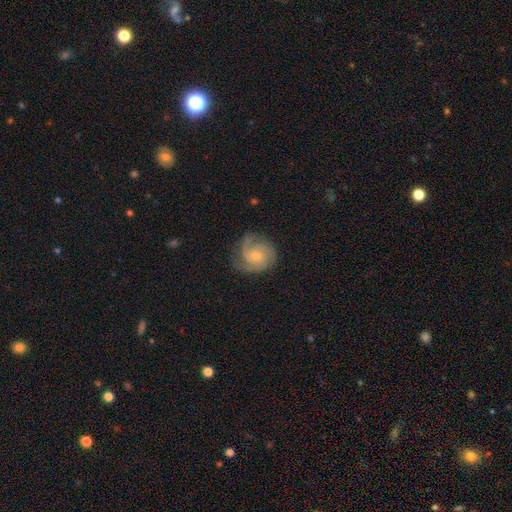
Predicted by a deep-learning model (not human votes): featured or disk 82%, smooth 12%, star or artifact 6%. Down the decision tree: edge-on disk — no (98%); bar — no (70%); spiral arms — yes (96%); spiral arm count — 3 (41%); spiral winding — tight (55%); bulge size — small (60%); merging — none (72%).